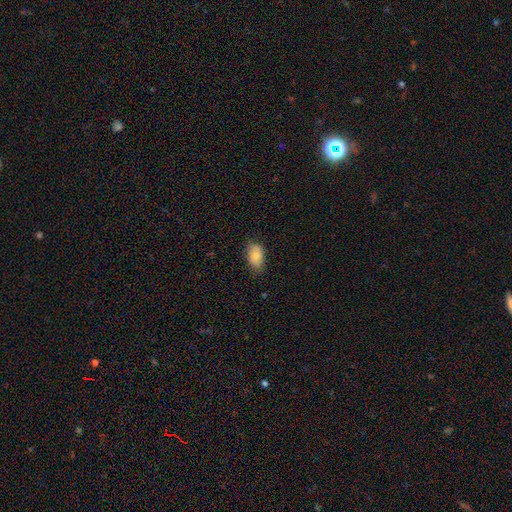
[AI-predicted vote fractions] A smooth galaxy with no disk features (79%) that is in between round and cigar-shaped (90%).

Vote fractions:
- Smooth or featured? smooth: 79% / featured or disk: 14% / star or artifact: 7%
- How rounded? in between: 90% / round: 8% / cigar-shaped: 1%
- Merging? none: 76% / minor disturbance: 19% / major disturbance: 4% / merger: 1%